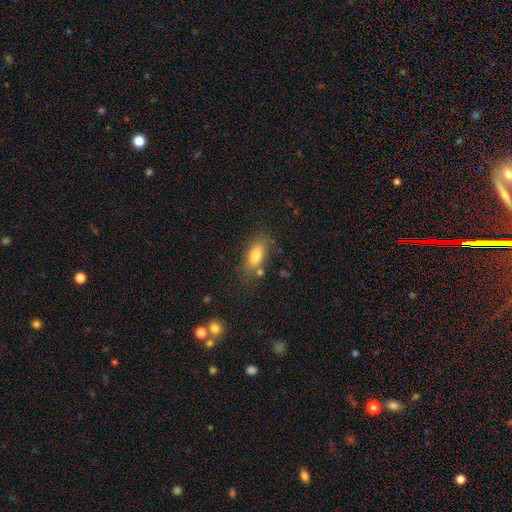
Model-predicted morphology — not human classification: smooth_or_featured: smooth (p=0.79) [alt: featured or disk p=0.13]
how_rounded: in between (p=0.85) [alt: cigar-shaped p=0.08]
merging: none (p=0.68) [alt: minor disturbance p=0.17]